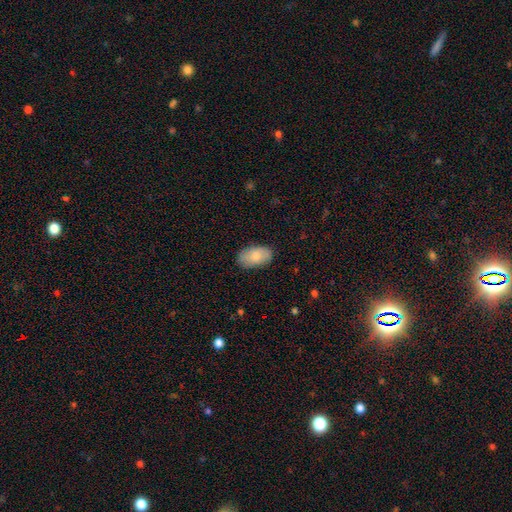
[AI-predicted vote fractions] smooth_or_featured: smooth (p=0.82) [alt: featured or disk p=0.12]
how_rounded: in between (p=0.94) [alt: round p=0.04]
merging: none (p=0.83) [alt: minor disturbance p=0.13]